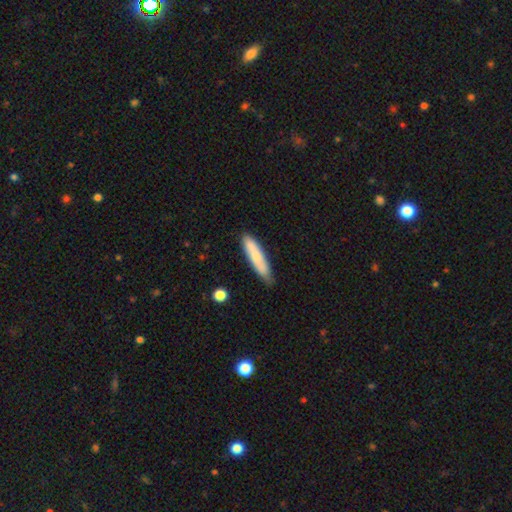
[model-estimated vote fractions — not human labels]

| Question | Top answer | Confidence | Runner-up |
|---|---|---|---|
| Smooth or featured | smooth | 69% | featured or disk (25%) |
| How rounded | cigar-shaped | 80% | in between (19%) |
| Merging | none | 79% | minor disturbance (16%) |